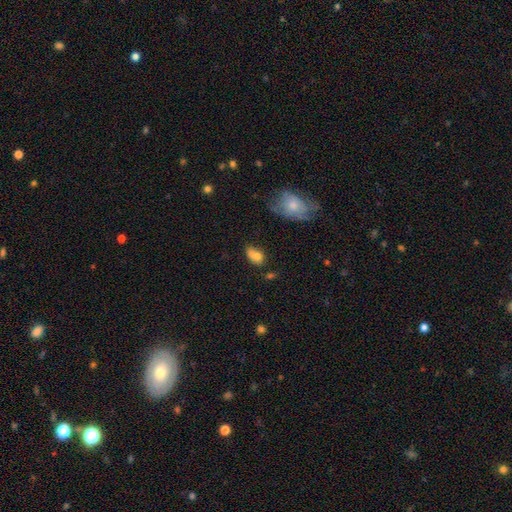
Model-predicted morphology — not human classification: Smooth or featured? Predicted: smooth (p=0.74). How rounded? Predicted: in between (p=0.77). Merging? Predicted: none (p=0.41).